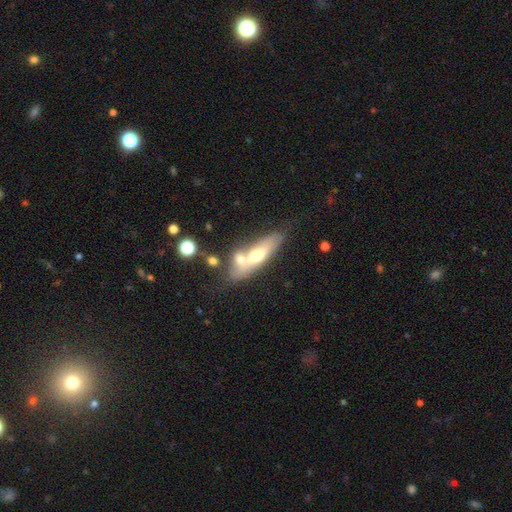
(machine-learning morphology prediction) This appears to be a smooth galaxy with no disk features (51%) that is in between round and cigar-shaped (49%). Merging: none (42%).